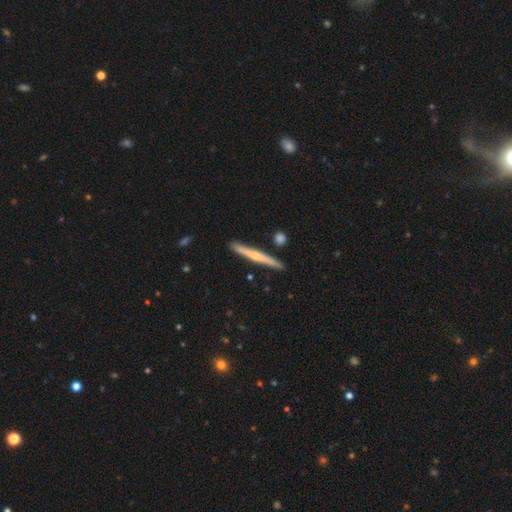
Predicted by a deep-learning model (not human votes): This is likely a featured or disk galaxy (62%). It is clearly viewed edge-on (97%). Edge-on bulge: likely rounded (73%). Merging: clearly none (87%).